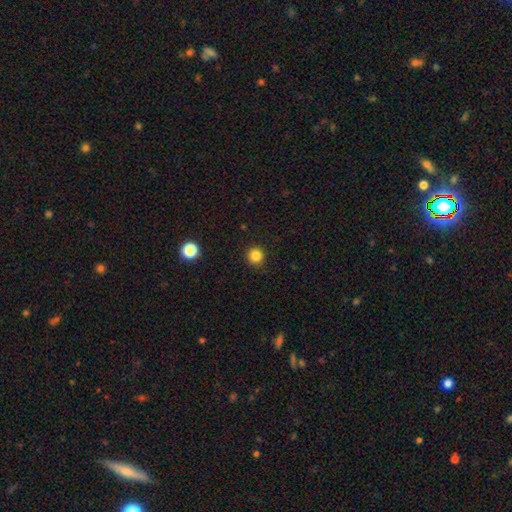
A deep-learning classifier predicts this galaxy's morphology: smooth-or-featured: smooth: 84% | star or artifact: 12% | featured or disk: 4%
  how-rounded: round: 94% | in between: 5% | cigar-shaped: 1%
  merging: none: 91% | minor disturbance: 6% | major disturbance: 2% | merger: 1%